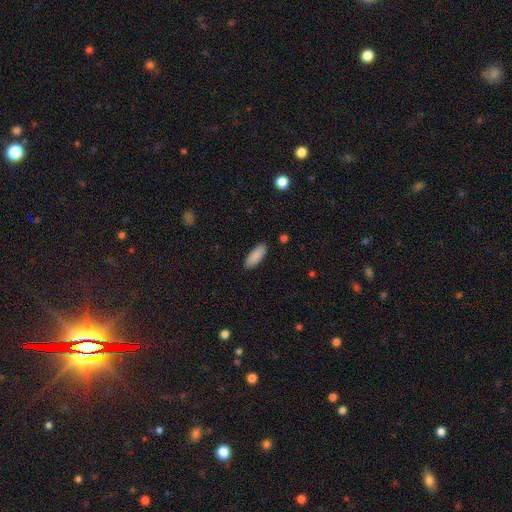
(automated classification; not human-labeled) Morphology: type=smooth (89%); roundness=in between (71%); merging=none (89%).